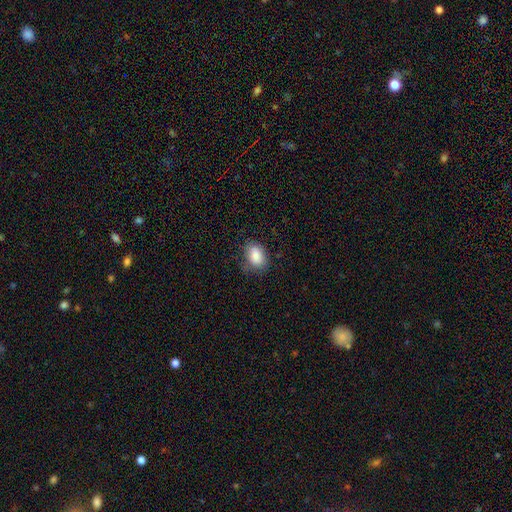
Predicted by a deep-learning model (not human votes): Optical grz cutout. It shows a smooth galaxy with no disk features (85%) that is in between round and cigar-shaped (83%). Merging: none (73%).